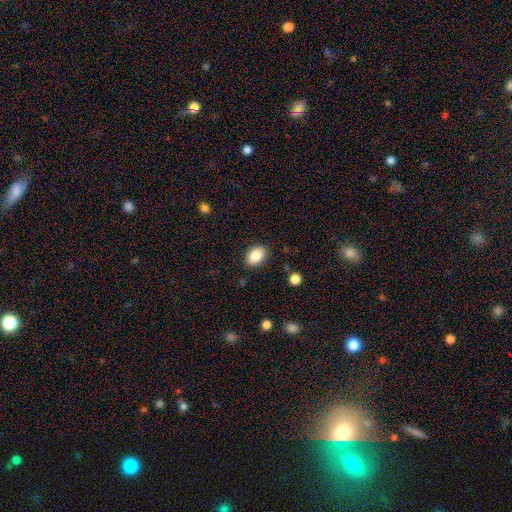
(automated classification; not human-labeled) Smooth or featured? Predicted: smooth (p=0.87). How rounded? Predicted: in between (p=0.86). Merging? Predicted: none (p=0.86).